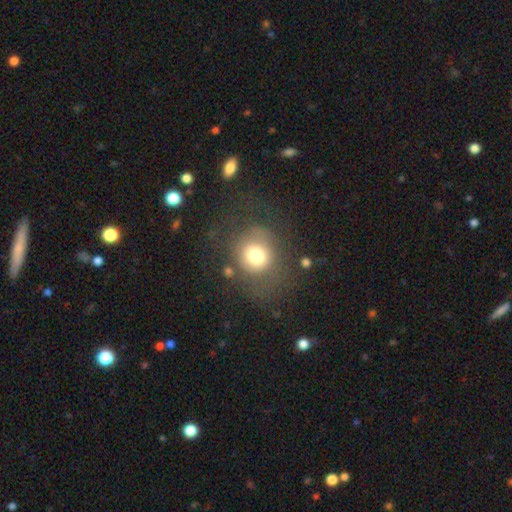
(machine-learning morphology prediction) smooth_or_featured: smooth (p=0.72) [alt: featured or disk p=0.15]
how_rounded: round (p=0.83) [alt: in between p=0.16]
merging: none (p=0.63) [alt: major disturbance p=0.17]